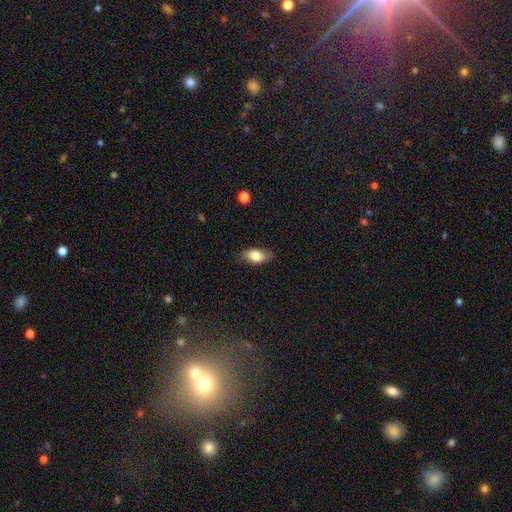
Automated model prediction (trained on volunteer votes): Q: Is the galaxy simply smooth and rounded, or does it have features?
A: smooth — 78%.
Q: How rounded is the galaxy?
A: in between — 85%.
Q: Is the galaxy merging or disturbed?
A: none — 80%.